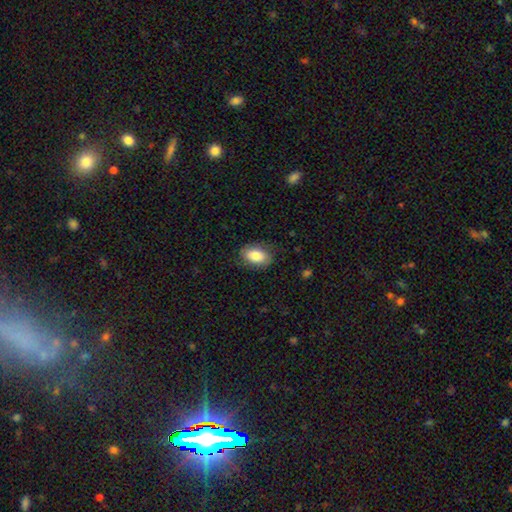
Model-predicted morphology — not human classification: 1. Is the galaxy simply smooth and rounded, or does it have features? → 78% smooth, 16% featured or disk, 7% star or artifact.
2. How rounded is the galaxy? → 91% in between, 7% round, 2% cigar-shaped.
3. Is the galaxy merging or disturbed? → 77% none, 17% minor disturbance, 5% major disturbance, 1% merger.